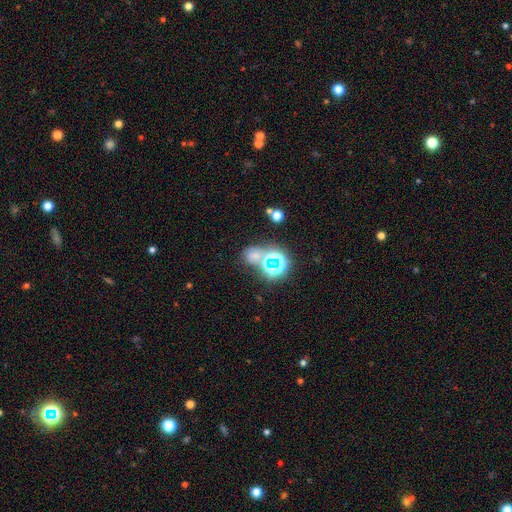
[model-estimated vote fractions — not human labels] Smooth or featured? star or artifact (49%)